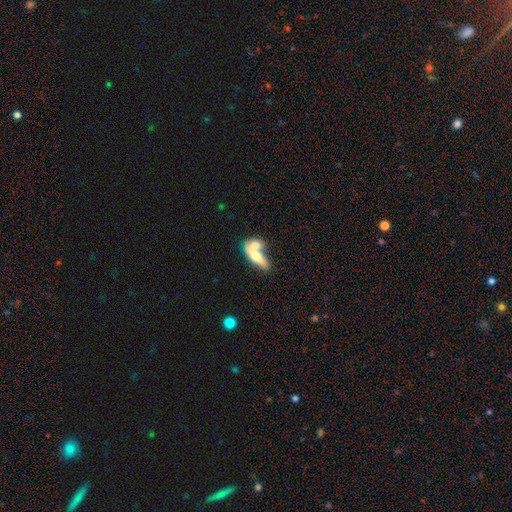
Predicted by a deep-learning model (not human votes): The model was most divided on "smooth or featured": smooth: 59%, featured or disk: 34%, star or artifact: 7%. More confident: how rounded — in between (73%); merging — merger (71%).